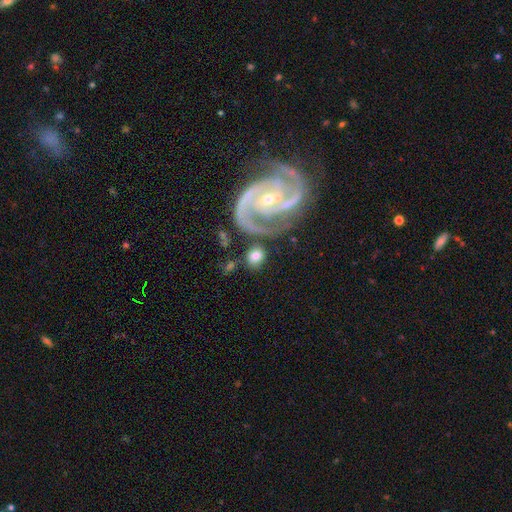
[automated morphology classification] smooth 61%, featured or disk 32%, star or artifact 7%. Down the decision tree: how rounded — round (69%); merging — none (70%).